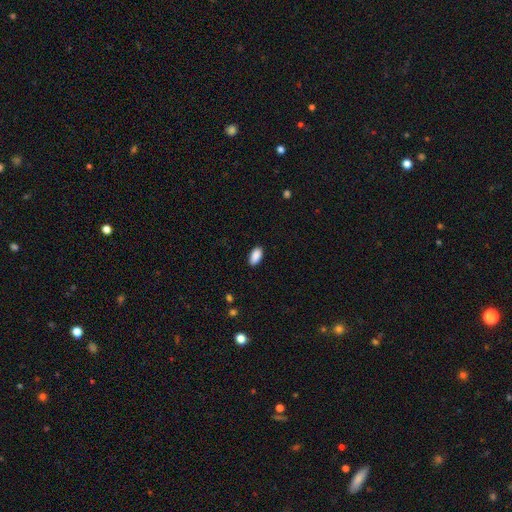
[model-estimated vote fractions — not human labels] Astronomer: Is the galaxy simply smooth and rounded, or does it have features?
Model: smooth — 90%.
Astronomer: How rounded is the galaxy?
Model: in between — 94%.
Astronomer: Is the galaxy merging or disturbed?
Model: none — 88%.